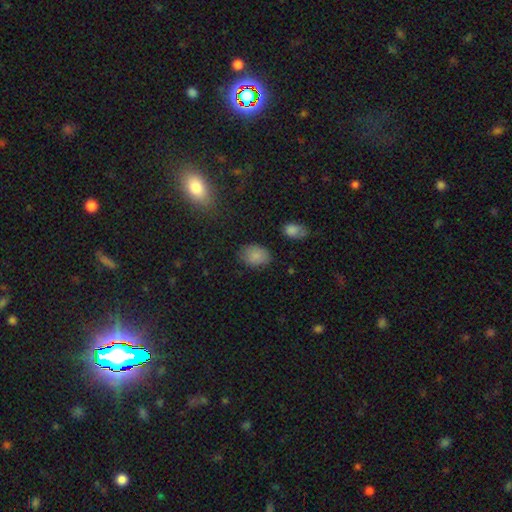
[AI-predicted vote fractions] Smooth or featured?
  - smooth: 85% *
  - star or artifact: 9%
  - featured or disk: 6%
How rounded?
  - in between: 73% *
  - round: 26%
  - cigar-shaped: 1%
Merging?
  - none: 78% *
  - minor disturbance: 16%
  - major disturbance: 4%
  - merger: 2%